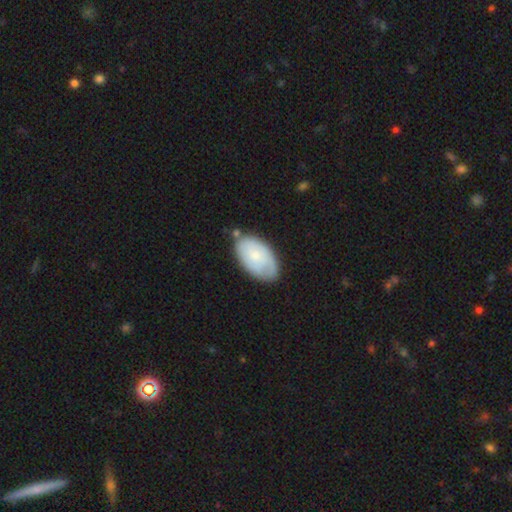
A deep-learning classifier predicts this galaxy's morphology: Overall: smooth (59%; featured or disk 35%). How rounded: in between (93%). Merging: none (66%).